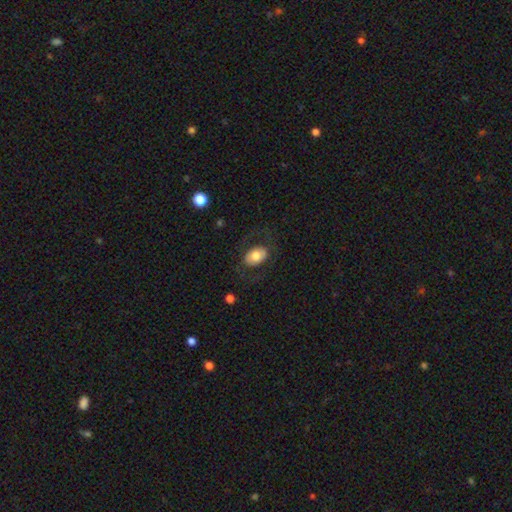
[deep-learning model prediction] smooth_or_featured: smooth (p=0.68) [alt: featured or disk p=0.26]
how_rounded: in between (p=0.84) [alt: round p=0.15]
merging: none (p=0.73) [alt: minor disturbance p=0.13]